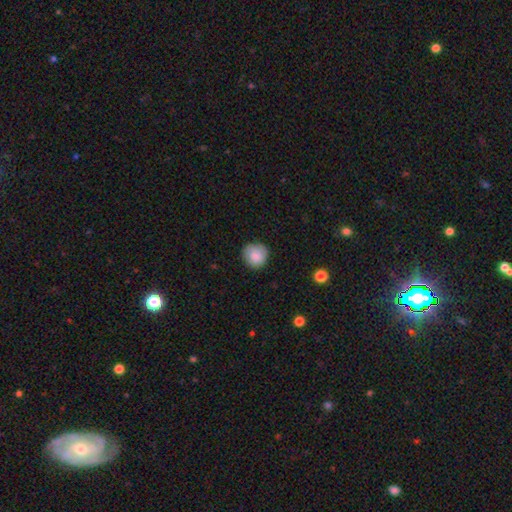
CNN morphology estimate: A smooth galaxy with no disk features (86%) that is round (92%).

Vote fractions:
- Smooth or featured? smooth: 86% / star or artifact: 7% / featured or disk: 7%
- How rounded? round: 92% / in between: 7% / cigar-shaped: 1%
- Merging? none: 84% / minor disturbance: 12% / major disturbance: 2% / merger: 1%